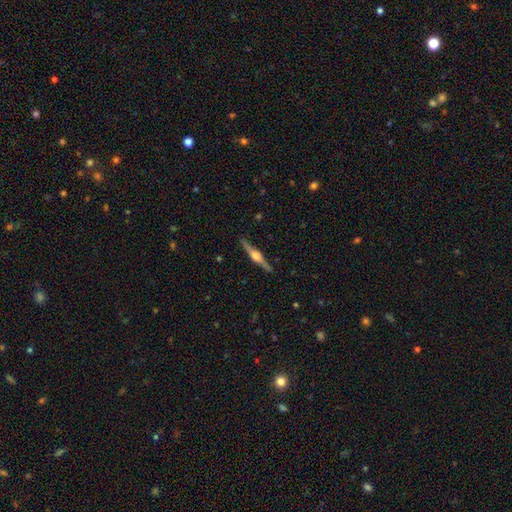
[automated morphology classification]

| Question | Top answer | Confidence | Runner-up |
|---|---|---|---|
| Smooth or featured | featured or disk | 82% | smooth (13%) |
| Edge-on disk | yes | 98% | no (2%) |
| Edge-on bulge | rounded | 93% | boxy (5%) |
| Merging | none | 91% | minor disturbance (7%) |